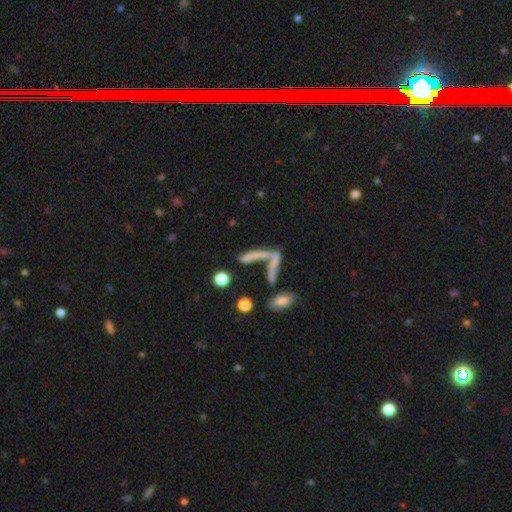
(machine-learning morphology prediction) smooth 49%, featured or disk 35%, star or artifact 16%. Down the decision tree: merging — merger (40%).